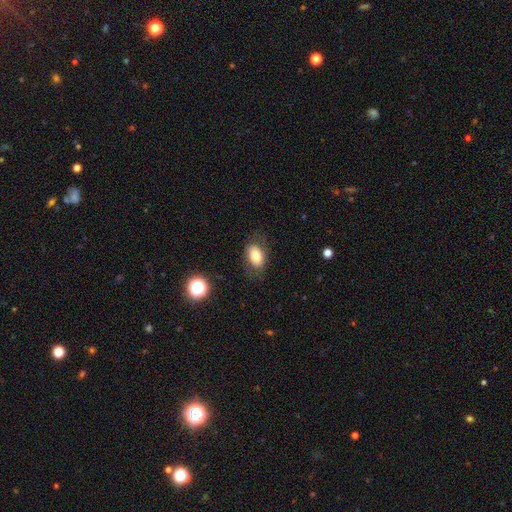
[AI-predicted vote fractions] Smooth or featured: smooth — 77% (featured or disk — 14%)
How rounded: in between — 87% (round — 12%)
Merging: none — 73% (minor disturbance — 17%)